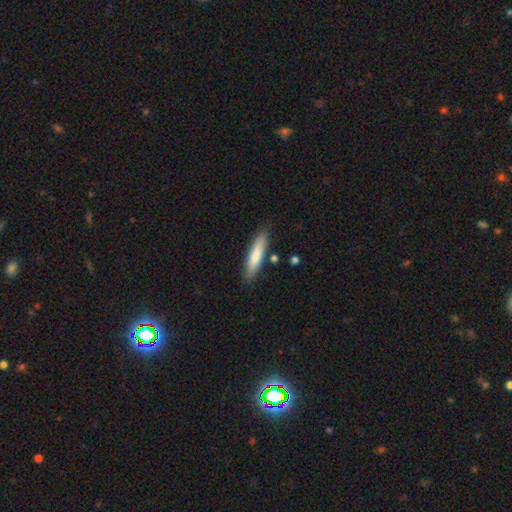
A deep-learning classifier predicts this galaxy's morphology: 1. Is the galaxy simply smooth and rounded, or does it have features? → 75% smooth, 19% featured or disk, 6% star or artifact.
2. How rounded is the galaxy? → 83% cigar-shaped, 15% in between, 1% round.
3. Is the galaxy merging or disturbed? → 84% none, 10% minor disturbance, 3% merger, 2% major disturbance.